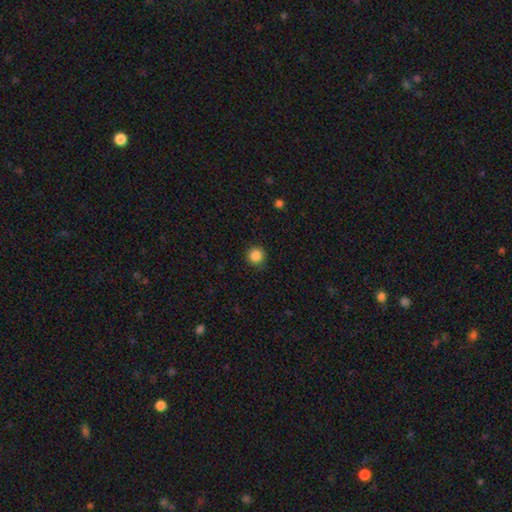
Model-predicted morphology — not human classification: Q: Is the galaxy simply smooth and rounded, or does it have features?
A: smooth — 87%.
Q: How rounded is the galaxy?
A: round — 94%.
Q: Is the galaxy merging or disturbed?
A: none — 89%.